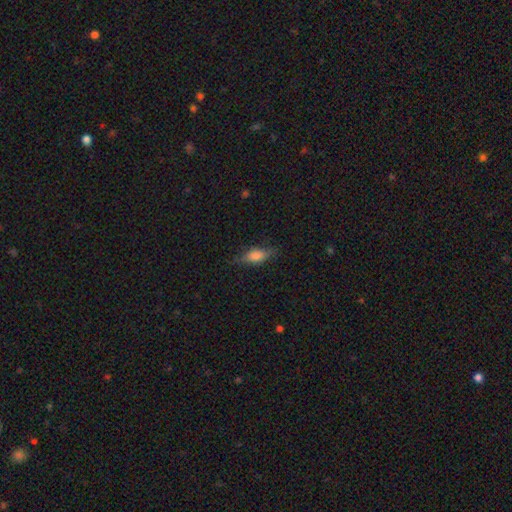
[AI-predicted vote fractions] Morphology: type=smooth (58%); roundness=in between (65%); merging=none (77%).